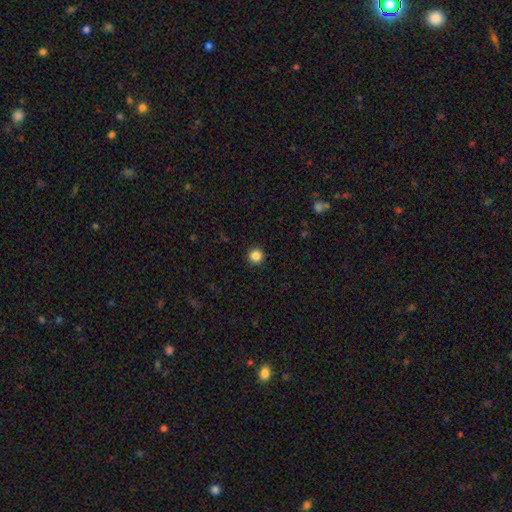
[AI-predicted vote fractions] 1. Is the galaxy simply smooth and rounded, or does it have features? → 86% smooth, 11% star or artifact, 3% featured or disk.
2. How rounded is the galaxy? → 95% round, 4% in between, 1% cigar-shaped.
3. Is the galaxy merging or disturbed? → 92% none, 5% minor disturbance, 2% major disturbance, 1% merger.